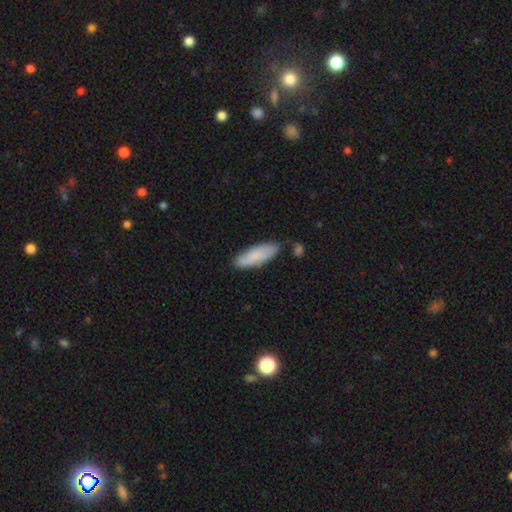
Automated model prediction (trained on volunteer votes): This is clearly a smooth galaxy (82%). How rounded: possibly in between (54%). Merging: likely none (75%).